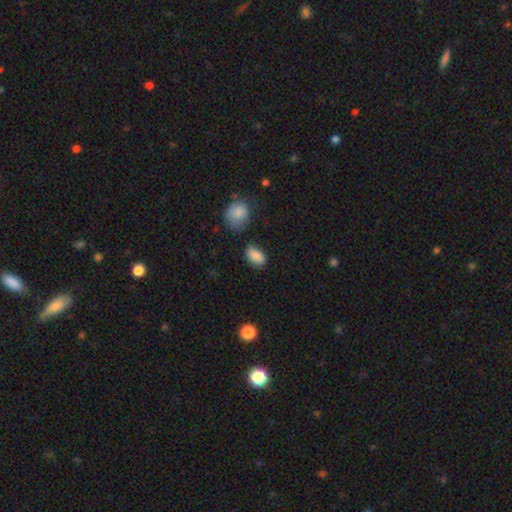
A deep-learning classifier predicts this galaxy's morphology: Smooth or featured? smooth (87%)
How rounded? in between (91%)
Merging? none (74%)